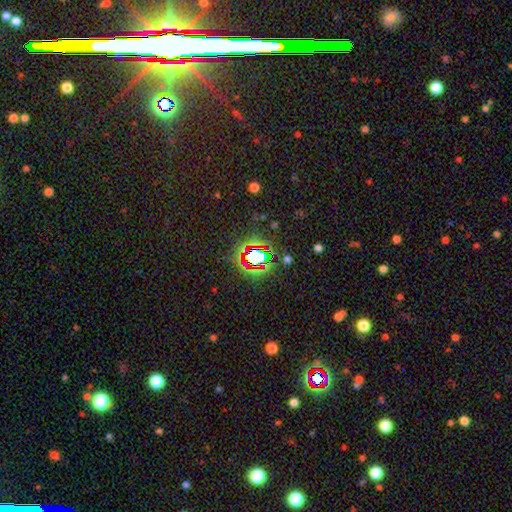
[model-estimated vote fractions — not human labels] This is likely a star or artifact rather than a galaxy (68%).